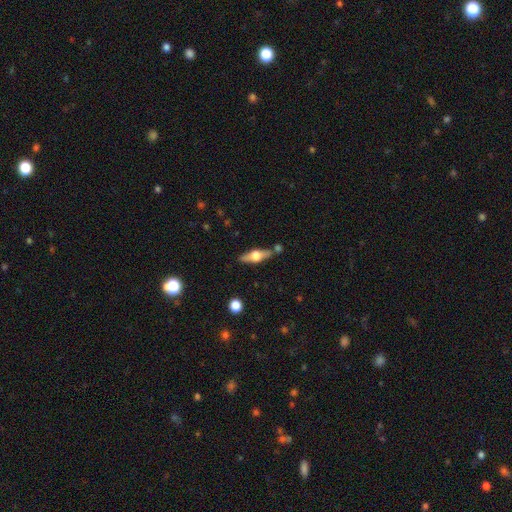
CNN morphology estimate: A featured or disk galaxy (62%) viewed edge-on (93%) with a rounded central bulge (93%). Merging: none (76%).